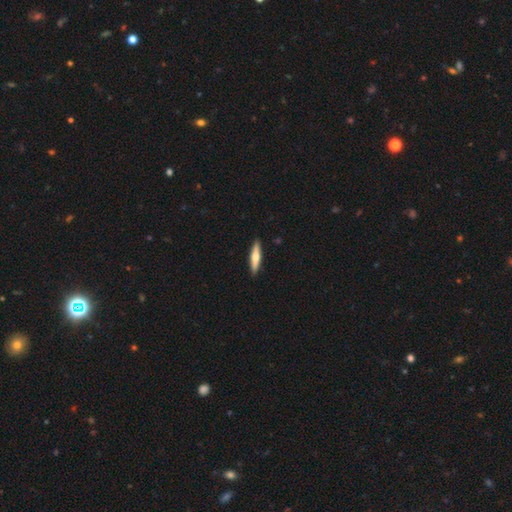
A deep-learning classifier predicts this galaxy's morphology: A smooth galaxy with no disk features (49%). Merging: none (91%).